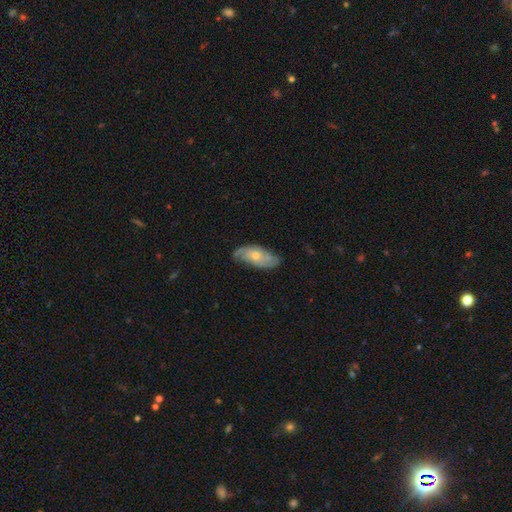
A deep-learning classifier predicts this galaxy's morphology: featured or disk 66%, smooth 28%, star or artifact 6%. Down the decision tree: edge-on disk — no (88%); bar — no (78%); spiral arms — yes (87%); spiral arm count — 2 (45%); spiral winding — tight (42%); bulge size — moderate (54%); merging — none (73%).